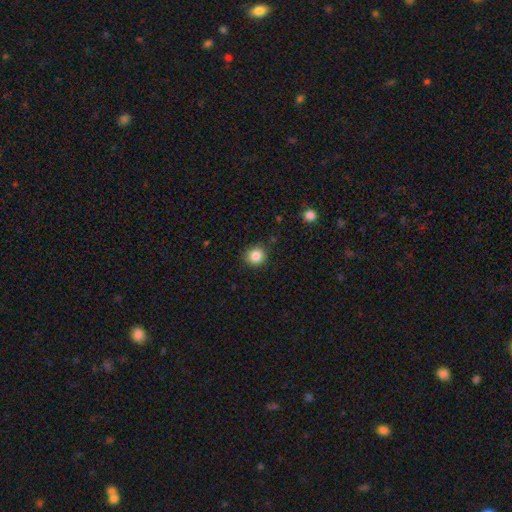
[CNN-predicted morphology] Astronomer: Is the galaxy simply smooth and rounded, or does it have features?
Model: smooth — 85%.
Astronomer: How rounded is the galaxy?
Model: round — 90%.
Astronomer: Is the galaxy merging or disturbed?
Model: none — 87%.